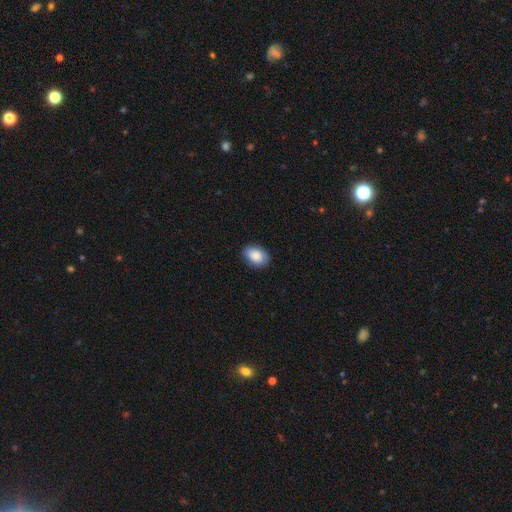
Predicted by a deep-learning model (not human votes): Smooth or featured: smooth — 85% (featured or disk — 9%)
How rounded: in between — 81% (round — 18%)
Merging: none — 83% (minor disturbance — 13%)